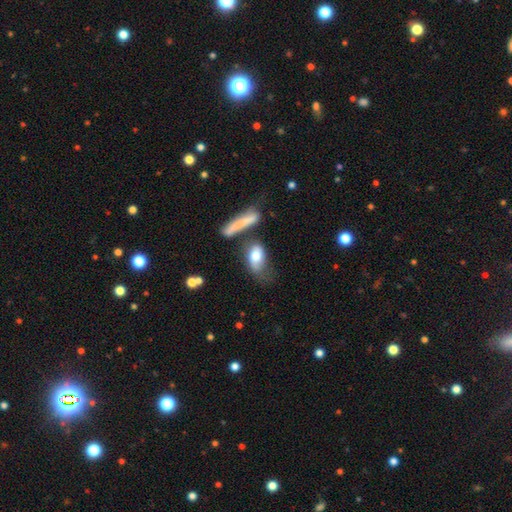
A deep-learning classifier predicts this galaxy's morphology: Overall: smooth (69%). How rounded: in between (81%). Merging: none (34%; minor disturbance 24%).